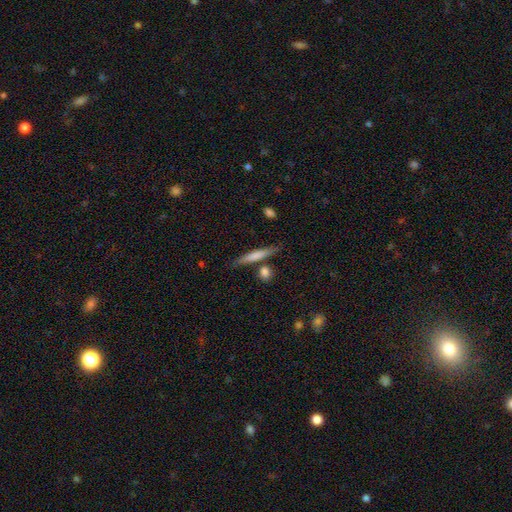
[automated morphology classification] A smooth galaxy with no disk features (67%) that is cigar-shaped (90%). Merging: none (77%).